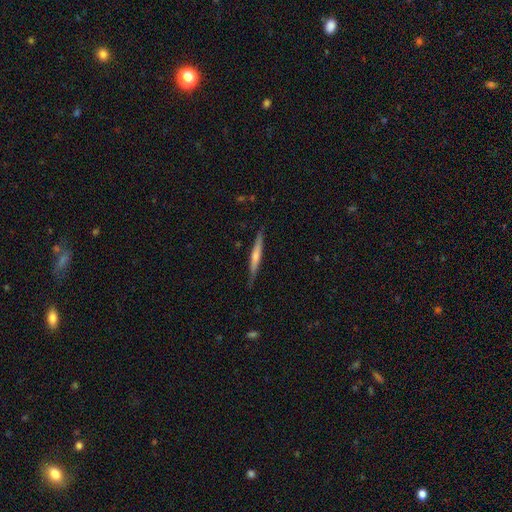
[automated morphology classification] A smooth galaxy with no disk features (48%).

Vote fractions:
- Smooth or featured? smooth: 48% / featured or disk: 47% / star or artifact: 6%
- Merging? none: 81% / minor disturbance: 15% / major disturbance: 3% / merger: 1%